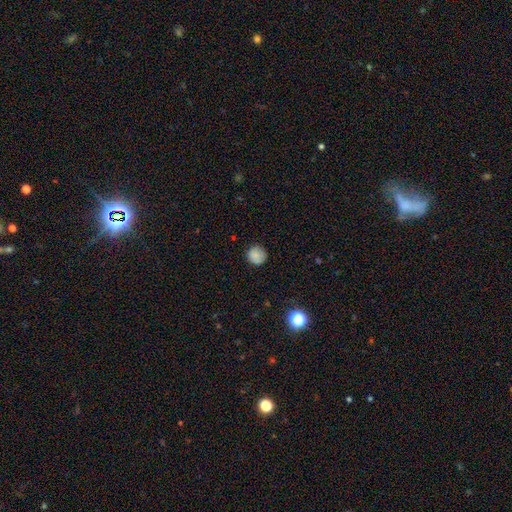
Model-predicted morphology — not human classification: Q: Smooth or featured?
A: smooth (83%); runner-up: star or artifact (10%)
Q: How rounded?
A: round (92%); runner-up: in between (7%)
Q: Merging?
A: none (83%); runner-up: minor disturbance (13%)